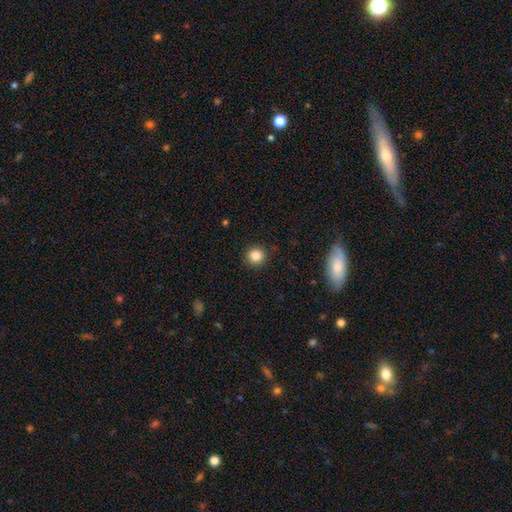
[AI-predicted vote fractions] smooth 84%, star or artifact 11%, featured or disk 4%. Down the decision tree: how rounded — round (92%); merging — none (91%).